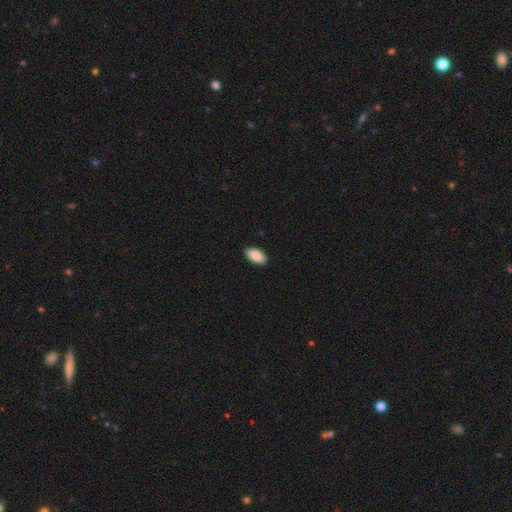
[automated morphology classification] A smooth galaxy with no disk features (91%) that is in between round and cigar-shaped (94%). Merging: none (90%).